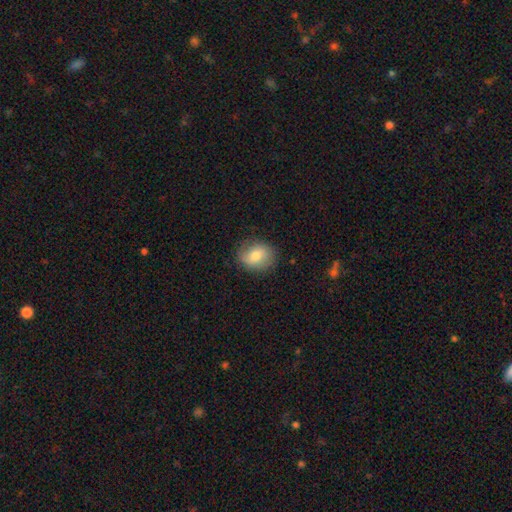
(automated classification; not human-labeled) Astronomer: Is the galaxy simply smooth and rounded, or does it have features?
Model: smooth — 70%.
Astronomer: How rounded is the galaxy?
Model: round — 60% (runner-up: in between, 39%).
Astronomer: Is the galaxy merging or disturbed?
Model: none — 79%.